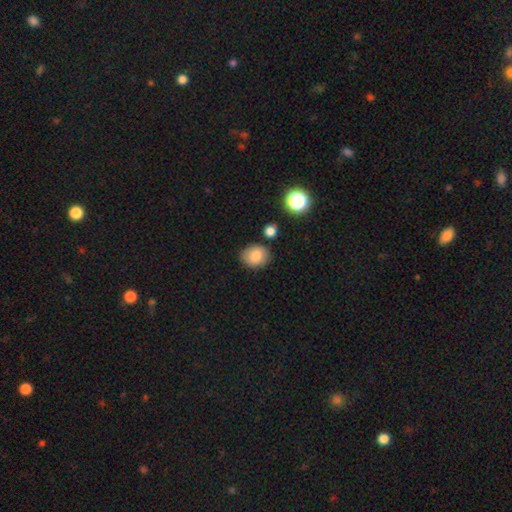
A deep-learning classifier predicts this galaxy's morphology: smooth-or-featured: smooth: 81% | featured or disk: 10% | star or artifact: 9%
  how-rounded: in between: 50% | round: 49% | cigar-shaped: 1%
  merging: none: 80% | minor disturbance: 12% | merger: 5% | major disturbance: 3%